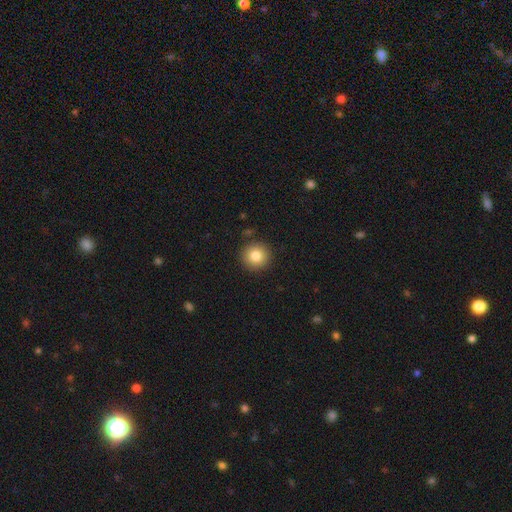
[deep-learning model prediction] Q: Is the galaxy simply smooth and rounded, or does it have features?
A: smooth — 84%.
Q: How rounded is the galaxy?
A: round — 94%.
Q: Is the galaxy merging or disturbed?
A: none — 90%.